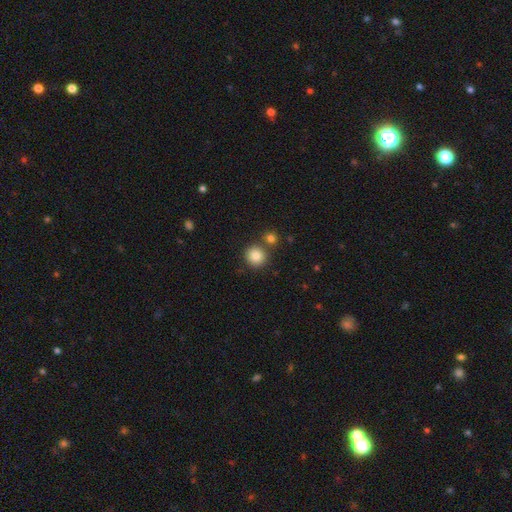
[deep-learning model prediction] This is clearly a smooth galaxy (85%). How rounded: clearly round (91%). Merging: likely none (77%).